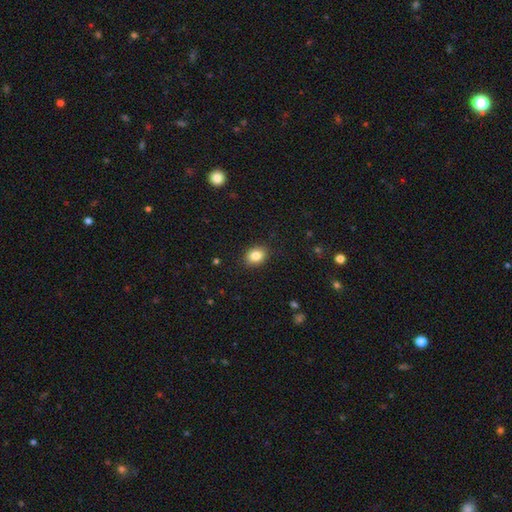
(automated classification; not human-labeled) The model was most divided on "how rounded": in between: 61%, round: 38%, cigar-shaped: 1%. More confident: merging — none (88%); smooth or featured — smooth (84%).